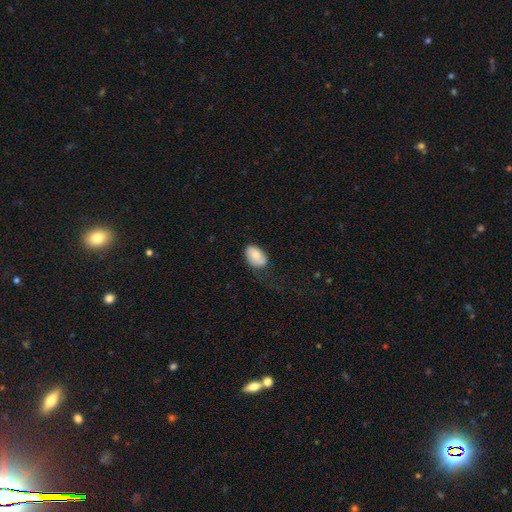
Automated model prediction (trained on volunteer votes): A smooth galaxy with no disk features (74%) that is in between round and cigar-shaped (90%). Merging: none (60%).